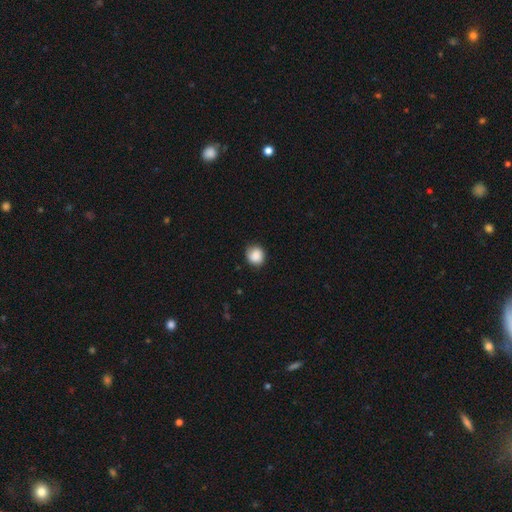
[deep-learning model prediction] smooth 88%, star or artifact 8%, featured or disk 4%. Down the decision tree: how rounded — round (85%); merging — none (82%).